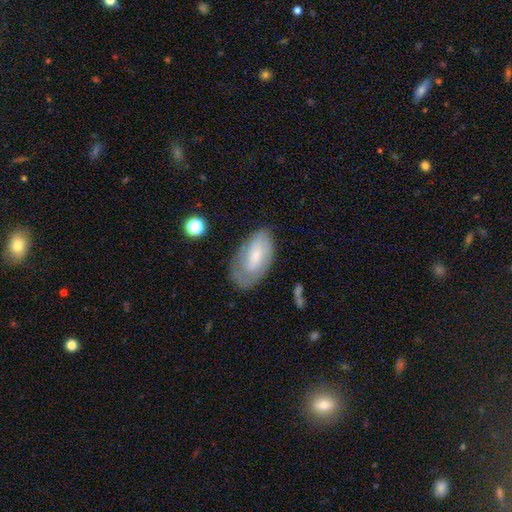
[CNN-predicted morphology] Smooth or featured: smooth — 49% (featured or disk — 44%)
Merging: none — 62% (minor disturbance — 26%)